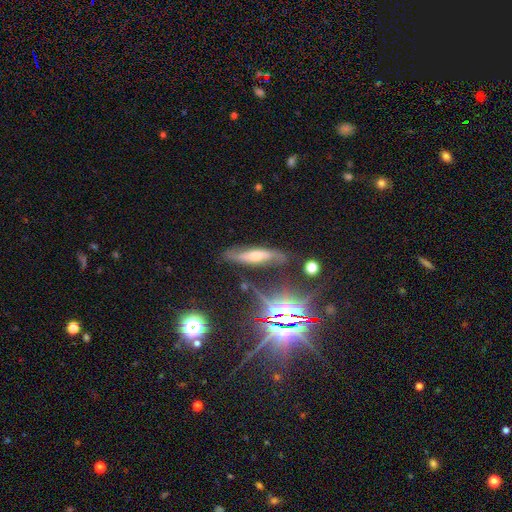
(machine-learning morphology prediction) This is possibly a featured or disk galaxy (50%). Merging: likely none (73%).